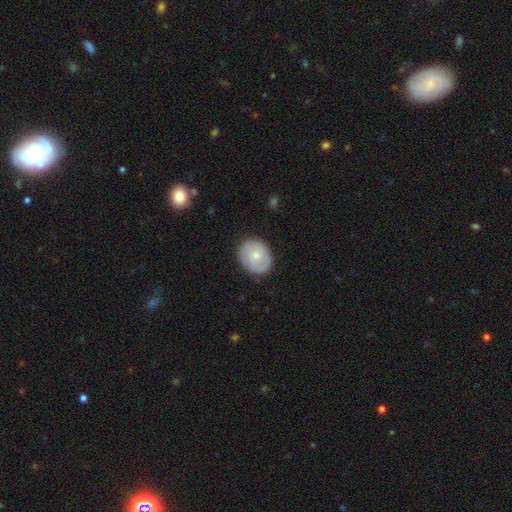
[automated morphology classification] Q: Smooth or featured?
A: smooth (63%); runner-up: featured or disk (31%)
Q: How rounded?
A: round (63%); runner-up: in between (36%)
Q: Merging?
A: none (83%); runner-up: minor disturbance (13%)